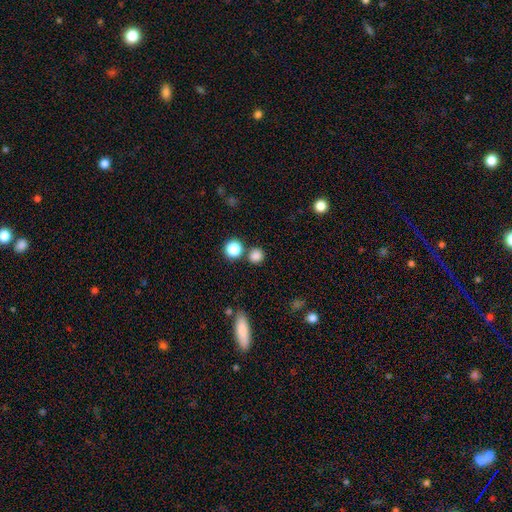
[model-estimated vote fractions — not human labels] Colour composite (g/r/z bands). It shows a smooth galaxy with no disk features (82%) that is round (90%). Merging: none (77%).